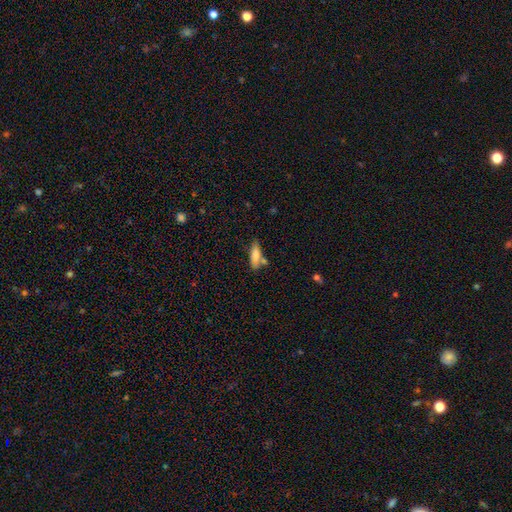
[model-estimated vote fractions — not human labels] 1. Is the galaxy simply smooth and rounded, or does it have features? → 77% smooth, 16% featured or disk, 7% star or artifact.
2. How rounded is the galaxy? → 51% in between, 47% cigar-shaped, 2% round.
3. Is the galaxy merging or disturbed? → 65% none, 16% minor disturbance, 15% merger, 4% major disturbance.